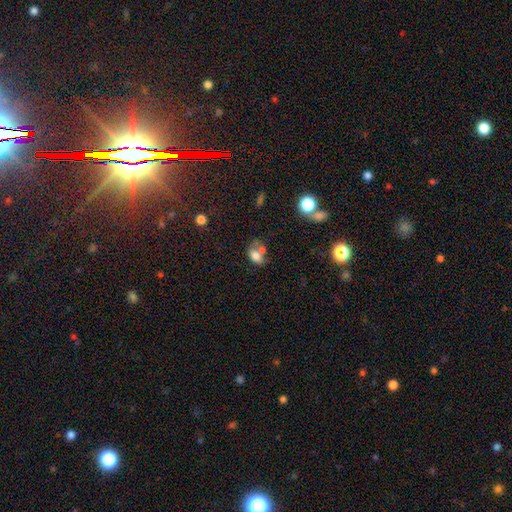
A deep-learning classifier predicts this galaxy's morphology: This appears to be a smooth galaxy with no disk features (72%) that is in between round and cigar-shaped (81%). Merging: merger (44%).